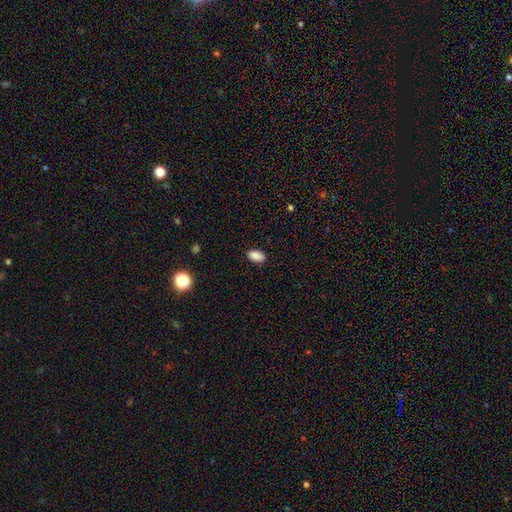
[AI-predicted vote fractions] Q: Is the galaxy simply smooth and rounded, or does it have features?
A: smooth — 88%.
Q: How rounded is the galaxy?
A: in between — 93%.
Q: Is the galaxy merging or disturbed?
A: none — 87%.